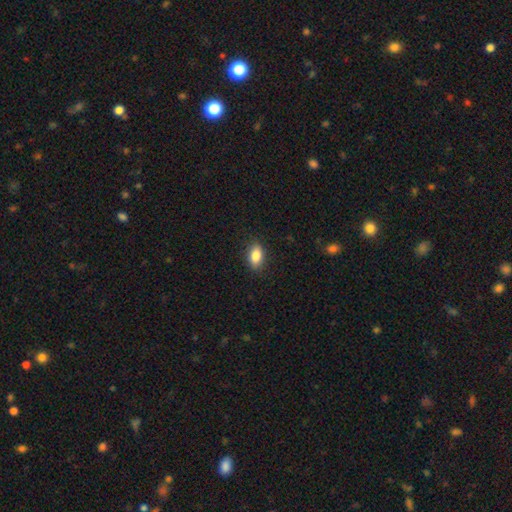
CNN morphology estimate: This is clearly a smooth galaxy (85%). How rounded: clearly in between (88%). Merging: clearly none (87%).